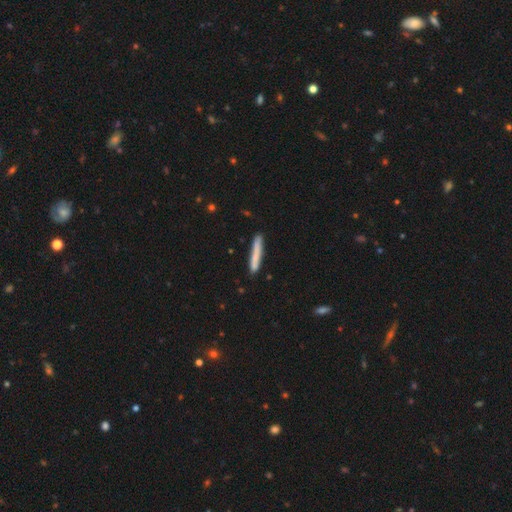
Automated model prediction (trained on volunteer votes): smooth_or_featured: smooth (p=0.74) [alt: featured or disk p=0.20]
how_rounded: cigar-shaped (p=0.96) [alt: in between p=0.03]
merging: none (p=0.84) [alt: minor disturbance p=0.11]